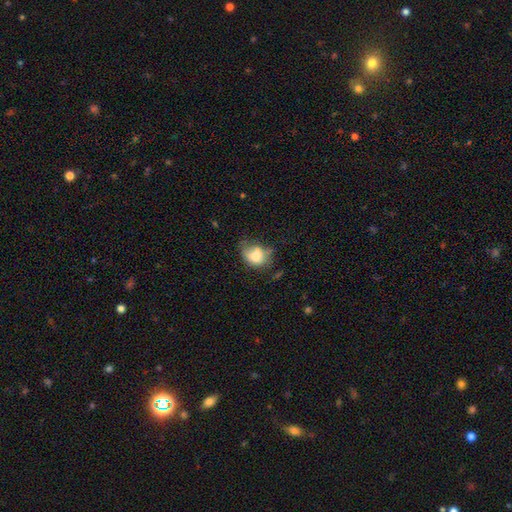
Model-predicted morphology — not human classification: A smooth galaxy with no disk features (69%) that is in between round and cigar-shaped (59%). Merging: none (38%).